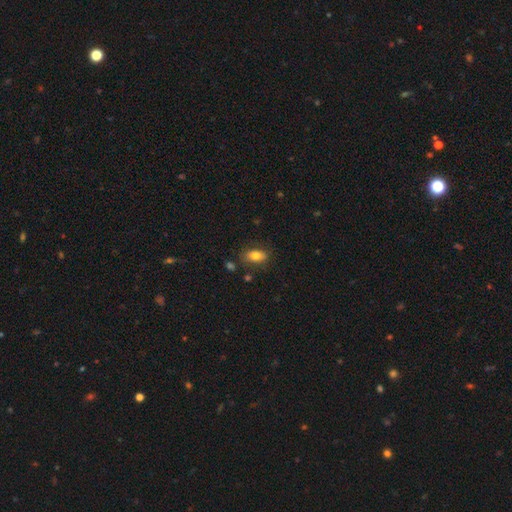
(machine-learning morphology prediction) smooth 77%, featured or disk 15%, star or artifact 8%. Down the decision tree: how rounded — in between (87%); merging — none (78%).